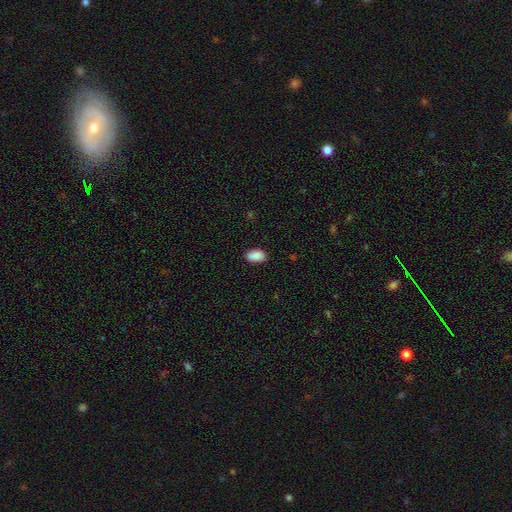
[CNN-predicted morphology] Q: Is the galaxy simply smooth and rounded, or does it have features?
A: smooth — 89%.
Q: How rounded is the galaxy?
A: in between — 93%.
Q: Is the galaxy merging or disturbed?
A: none — 86%.